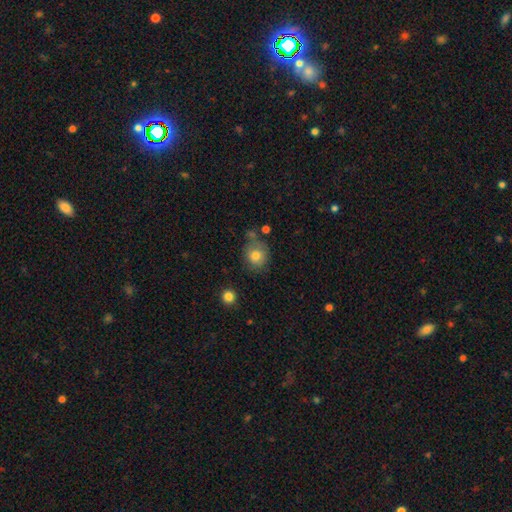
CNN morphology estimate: type=smooth (79%); roundness=round (76%); merging=none (60%).